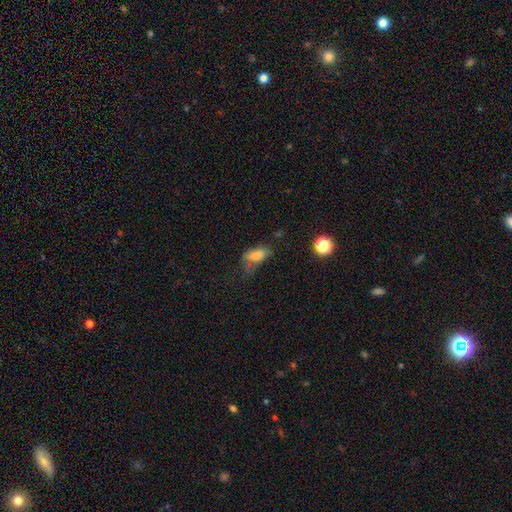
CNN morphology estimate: Overall: smooth (68%). How rounded: in between (85%). Merging: none (33%; major disturbance 32%).